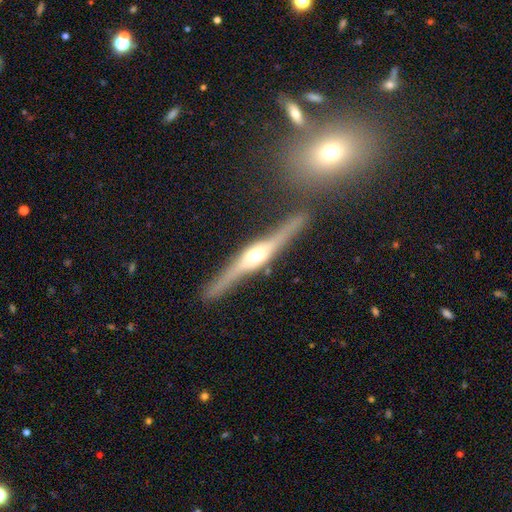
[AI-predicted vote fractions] featured or disk 83%, smooth 12%, star or artifact 5%. Down the decision tree: edge-on disk — yes (95%); edge-on bulge — rounded (90%); merging — none (77%).